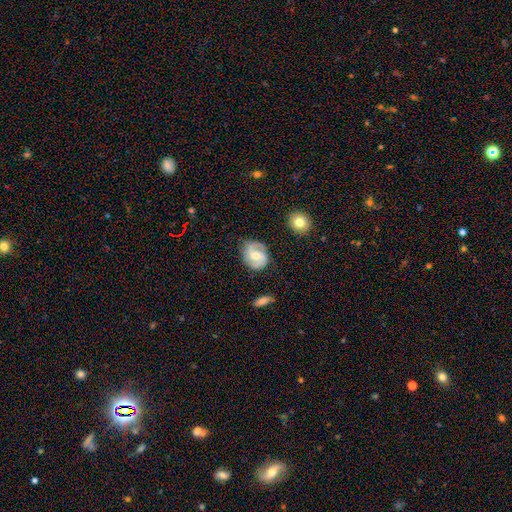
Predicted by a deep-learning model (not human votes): A featured or disk galaxy (75%) with a weak bar (49%), 2 (85%) medium (49%) spiral arms (94%) and a moderate central bulge (62%).

Vote fractions:
- Smooth or featured? featured or disk: 75% / smooth: 19% / star or artifact: 6%
- Edge-on disk? no: 97% / yes: 3%
- Bar? weak: 49% / no: 40% / strong: 11%
- Spiral arms? yes: 94% / no: 6%
- Spiral winding? medium: 49% / tight: 30% / loose: 21%
- Spiral arm count? 2: 85% / can't tell: 6% / 3: 3% / 1: 3% / 4: 1% / more than 4: 1%
- Bulge size? moderate: 62% / small: 31% / large: 4% / none: 3% / dominant: 1%
- Merging? none: 77% / minor disturbance: 17% / major disturbance: 5% / merger: 2%